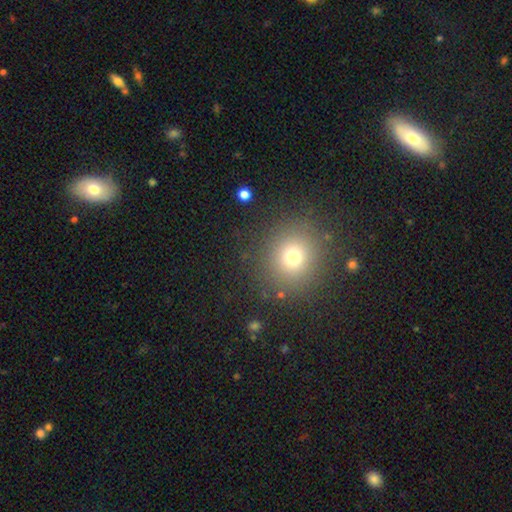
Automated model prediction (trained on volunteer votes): This appears to be a smooth galaxy with no disk features (65%) that is round (89%). Merging: none (89%).